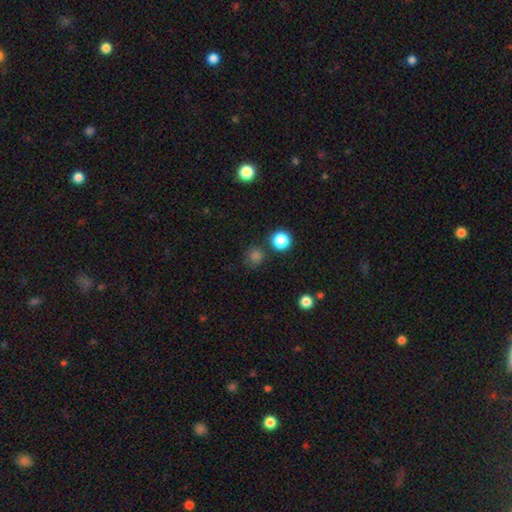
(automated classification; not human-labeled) Smooth or featured: smooth — 76% (star or artifact — 19%)
How rounded: round — 92% (in between — 7%)
Merging: none — 78% (minor disturbance — 10%)